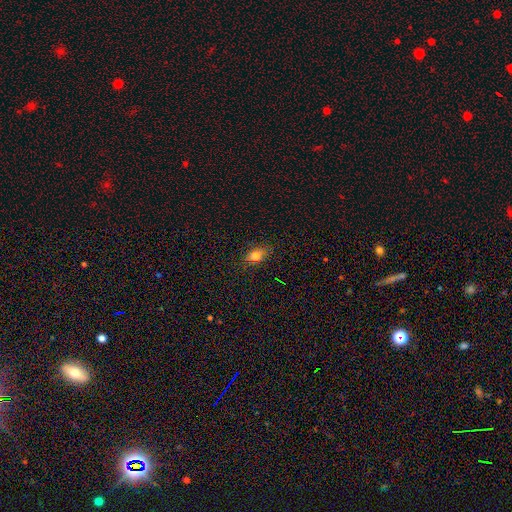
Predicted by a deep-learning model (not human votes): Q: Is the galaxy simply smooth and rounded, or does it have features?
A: smooth — 78%.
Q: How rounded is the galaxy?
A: in between — 79%.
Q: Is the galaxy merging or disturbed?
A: none — 82%.